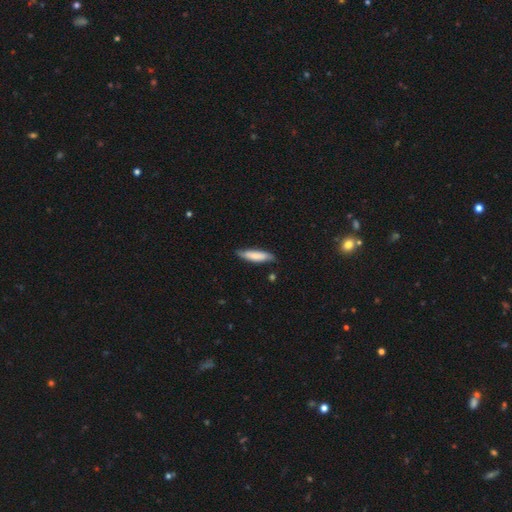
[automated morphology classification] Smooth or featured?
  - smooth: 75% *
  - featured or disk: 19%
  - star or artifact: 6%
How rounded?
  - cigar-shaped: 70% *
  - in between: 28%
  - round: 1%
Merging?
  - none: 74% *
  - minor disturbance: 21%
  - major disturbance: 3%
  - merger: 2%